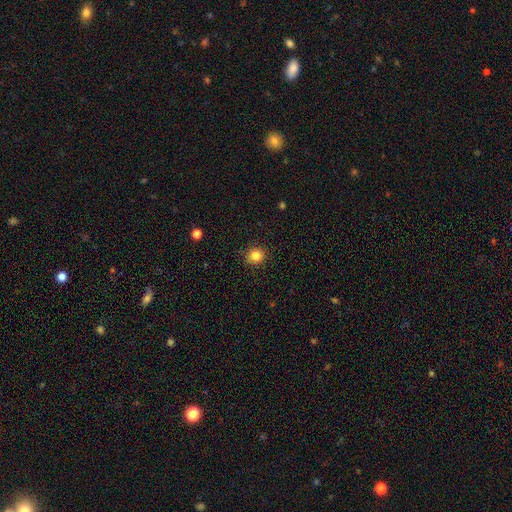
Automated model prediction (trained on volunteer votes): Morphology: type=smooth (84%); roundness=round (87%); merging=none (90%).